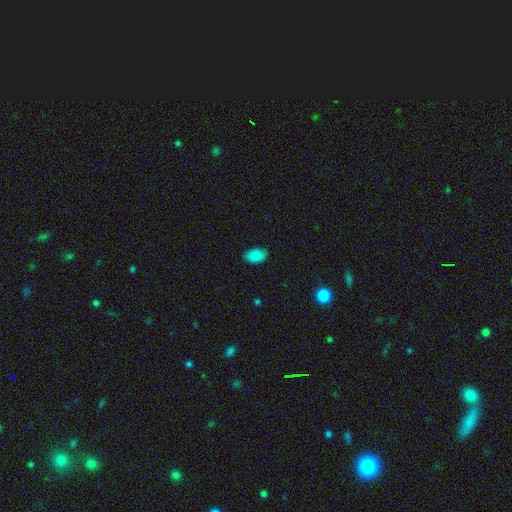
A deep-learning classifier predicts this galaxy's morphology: Q: Smooth or featured?
A: smooth (88%); runner-up: star or artifact (8%)
Q: How rounded?
A: in between (90%); runner-up: round (9%)
Q: Merging?
A: none (84%); runner-up: minor disturbance (12%)